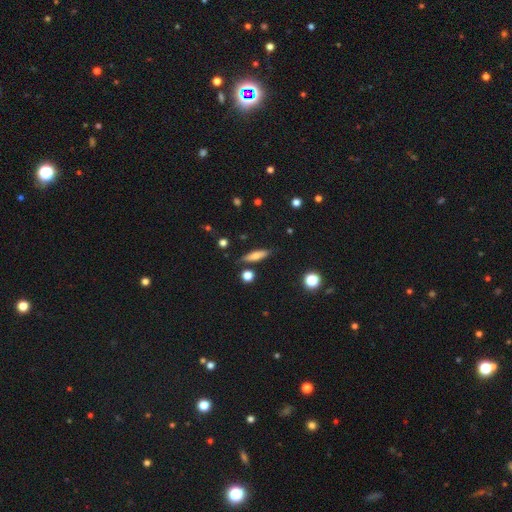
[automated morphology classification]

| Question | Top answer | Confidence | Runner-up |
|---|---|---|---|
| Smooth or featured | smooth | 64% | featured or disk (27%) |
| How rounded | cigar-shaped | 65% | in between (31%) |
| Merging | none | 82% | minor disturbance (12%) |